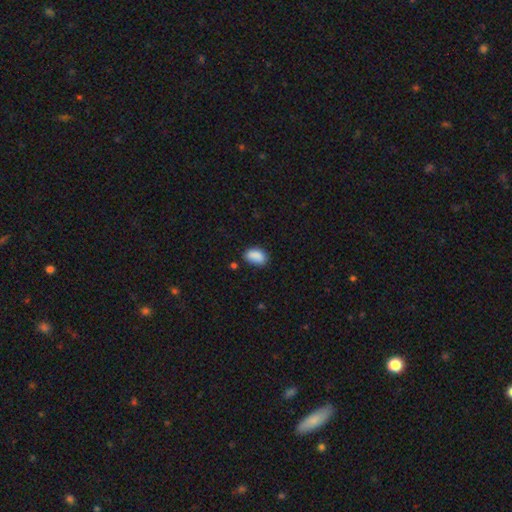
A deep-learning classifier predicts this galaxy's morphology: This is clearly a smooth galaxy (87%). How rounded: clearly in between (89%). Merging: likely none (72%).